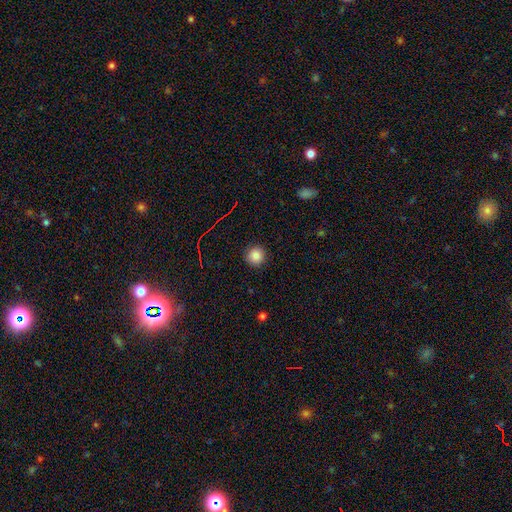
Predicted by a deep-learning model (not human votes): Smooth or featured? smooth (84%)
How rounded? round (95%)
Merging? none (91%)